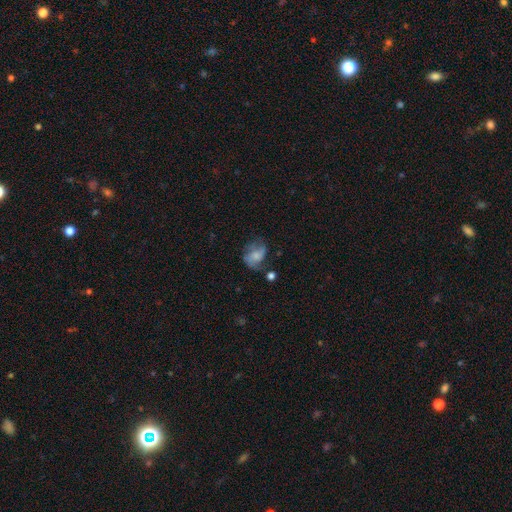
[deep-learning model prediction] Overall: smooth (46%; featured or disk 44%). Merging: none (43%; minor disturbance 28%).